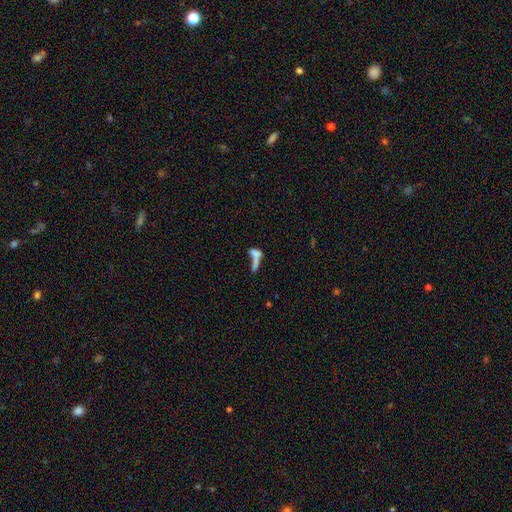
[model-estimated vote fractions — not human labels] Smooth or featured?
  - smooth: 58% *
  - featured or disk: 28%
  - star or artifact: 14%
How rounded?
  - in between: 48% *
  - cigar-shaped: 44%
  - round: 8%
Merging?
  - merger: 58% *
  - none: 21%
  - major disturbance: 12%
  - minor disturbance: 8%